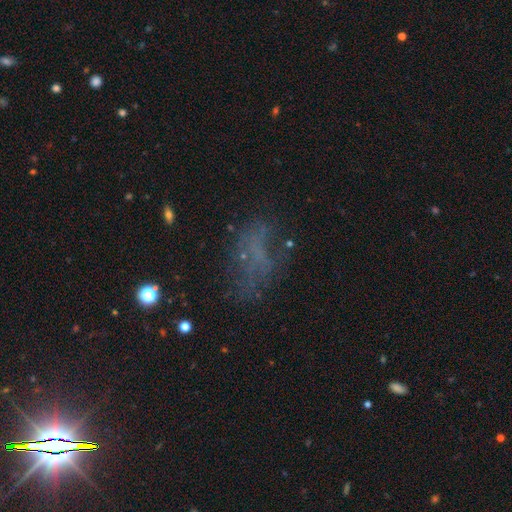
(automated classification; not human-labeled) A smooth galaxy with no disk features (36%).

Vote fractions:
- Smooth or featured? smooth: 36% / featured or disk: 35% / star or artifact: 29%
- Merging? none: 51% / major disturbance: 25% / minor disturbance: 20% / merger: 4%